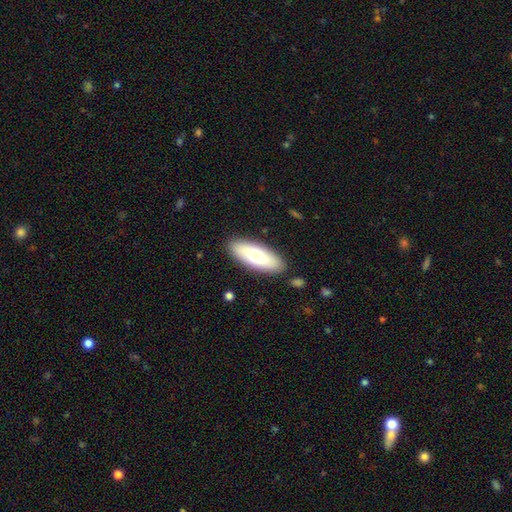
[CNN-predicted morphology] The model was most divided on "how rounded": in between: 71%, cigar-shaped: 27%, round: 2%. More confident: merging — none (87%); smooth or featured — smooth (72%).